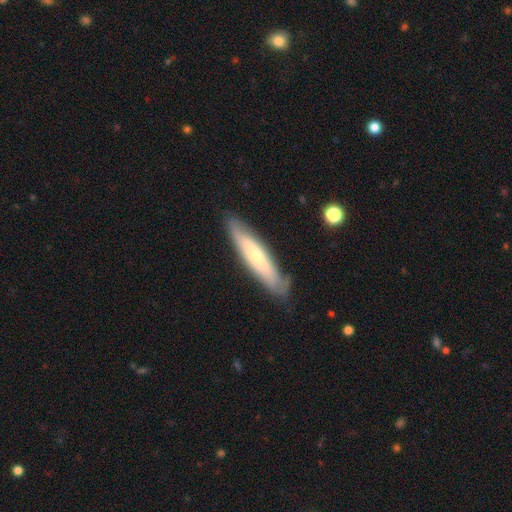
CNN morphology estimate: This is possibly a smooth galaxy (49%). Merging: clearly none (82%).